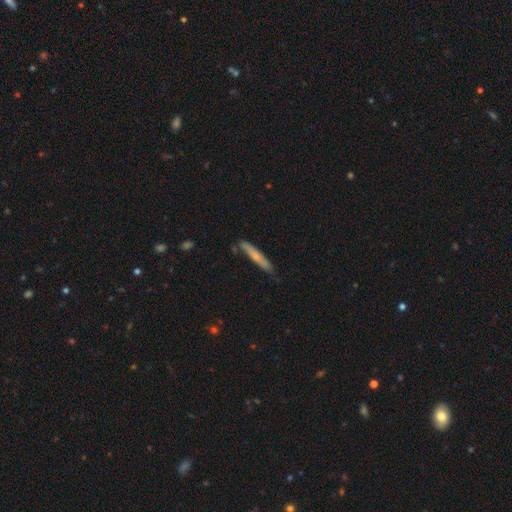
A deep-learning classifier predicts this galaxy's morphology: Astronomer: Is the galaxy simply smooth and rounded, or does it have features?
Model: smooth — 60%.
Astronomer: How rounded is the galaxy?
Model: cigar-shaped — 92%.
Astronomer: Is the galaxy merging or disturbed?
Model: none — 71%.